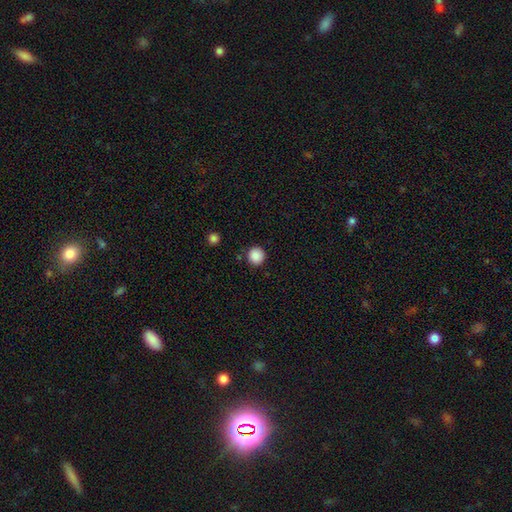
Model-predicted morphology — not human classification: A smooth galaxy with no disk features (88%) that is round (94%).

Vote fractions:
- Smooth or featured? smooth: 88% / star or artifact: 9% / featured or disk: 2%
- How rounded? round: 94% / in between: 5% / cigar-shaped: 1%
- Merging? none: 89% / minor disturbance: 7% / merger: 2% / major disturbance: 2%